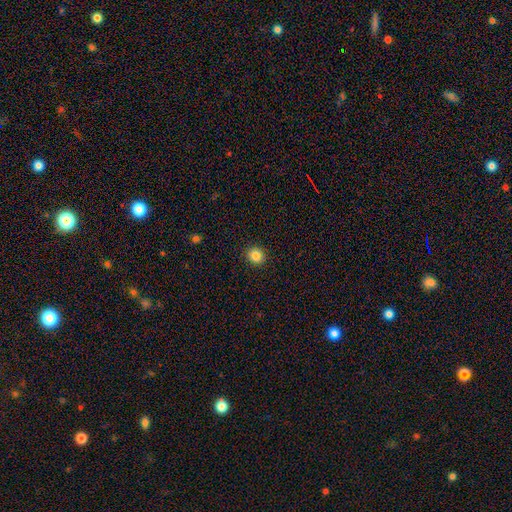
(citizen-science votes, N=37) smooth_or_featured: smooth (p=0.95) [alt: featured or disk p=0.03]
how_rounded: round (p=0.80) [alt: in between p=0.20]
merging: none (p=0.89) [alt: merger p=0.06]